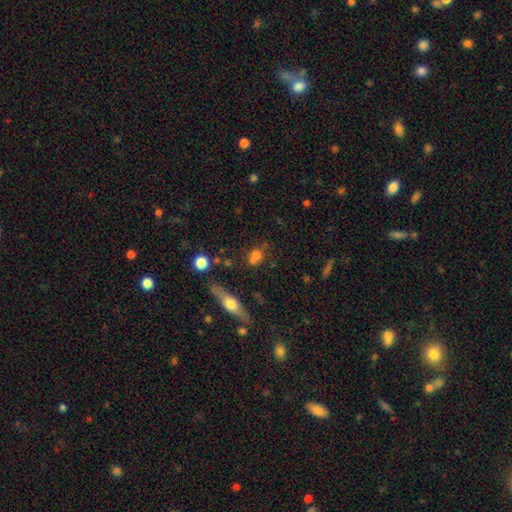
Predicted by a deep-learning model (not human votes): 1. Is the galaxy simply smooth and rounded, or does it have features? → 70% smooth, 16% star or artifact, 14% featured or disk.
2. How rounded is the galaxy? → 55% round, 41% in between, 5% cigar-shaped.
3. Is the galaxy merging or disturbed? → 53% none, 25% merger, 15% minor disturbance, 7% major disturbance.